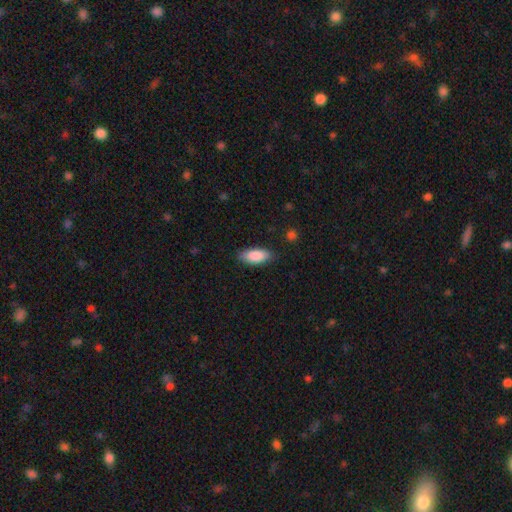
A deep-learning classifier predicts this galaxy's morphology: smooth-or-featured: smooth: 87% | featured or disk: 7% | star or artifact: 6%
  how-rounded: in between: 83% | cigar-shaped: 15% | round: 2%
  merging: none: 84% | minor disturbance: 13% | major disturbance: 3% | merger: 1%